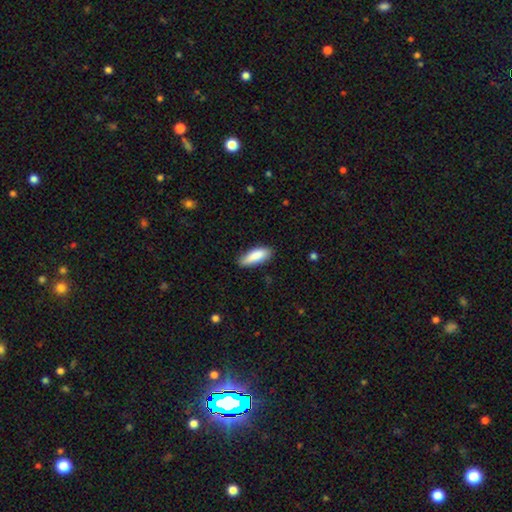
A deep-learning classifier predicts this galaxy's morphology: Overall: smooth (85%). How rounded: in between (62%; cigar-shaped 36%). Merging: none (82%).